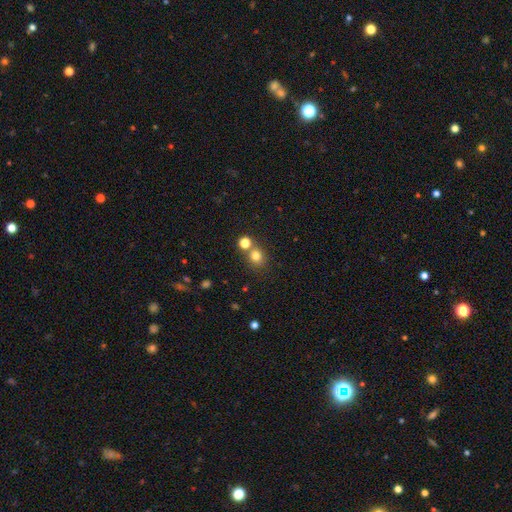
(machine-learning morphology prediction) type=smooth (77%); roundness=round (78%); merging=none (64%).